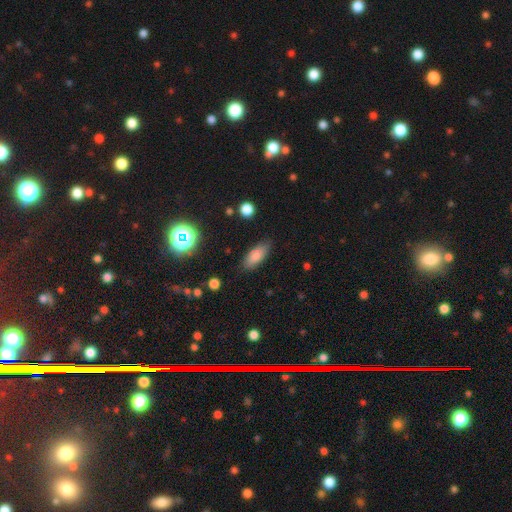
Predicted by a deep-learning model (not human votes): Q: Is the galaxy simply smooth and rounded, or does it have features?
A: smooth — 80%.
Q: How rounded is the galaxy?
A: in between — 79%.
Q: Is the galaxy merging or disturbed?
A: none — 81%.